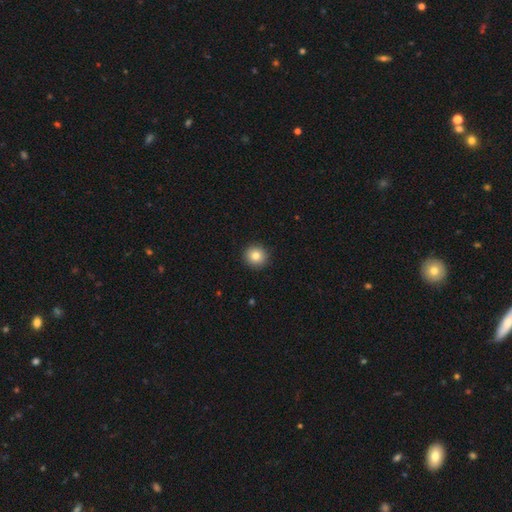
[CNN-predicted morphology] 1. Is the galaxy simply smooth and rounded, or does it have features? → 82% smooth, 10% star or artifact, 8% featured or disk.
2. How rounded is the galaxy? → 94% round, 5% in between, 1% cigar-shaped.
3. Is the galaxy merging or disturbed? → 93% none, 5% minor disturbance, 2% major disturbance, 1% merger.